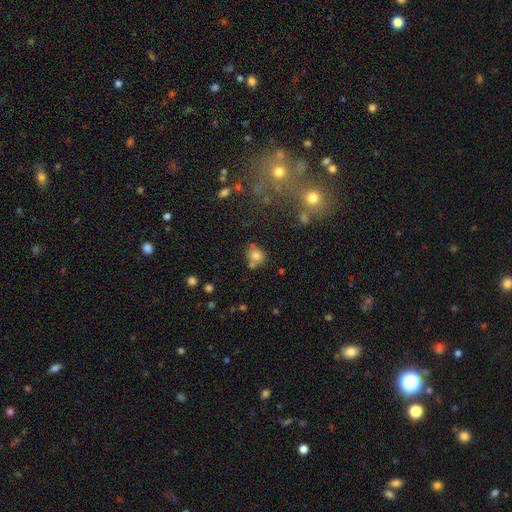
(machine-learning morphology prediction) This is likely a smooth galaxy (75%). How rounded: likely round (73%). Merging: likely none (61%).